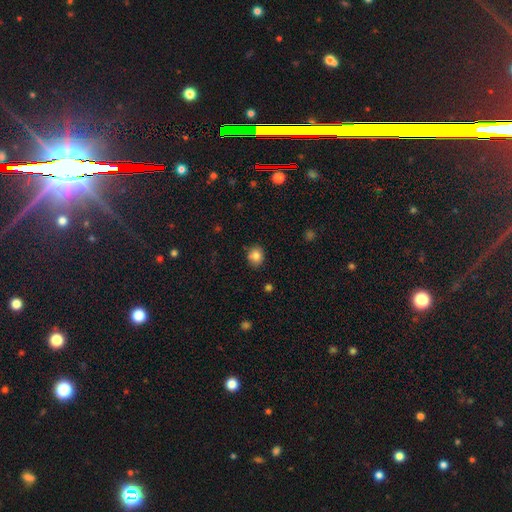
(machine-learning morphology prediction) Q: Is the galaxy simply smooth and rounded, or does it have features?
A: smooth — 84%.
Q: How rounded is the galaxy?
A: round — 73%.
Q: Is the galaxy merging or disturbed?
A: none — 82%.